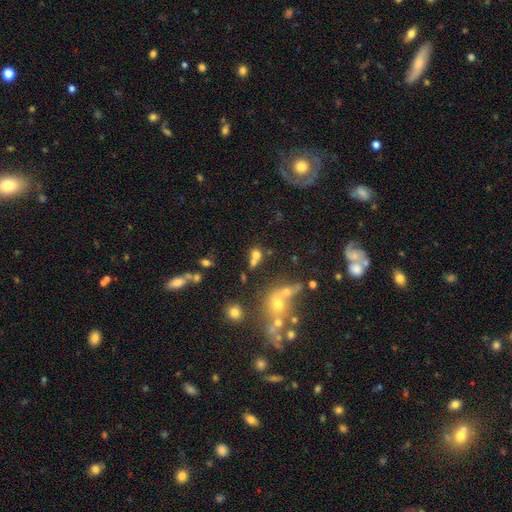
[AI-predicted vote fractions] The model was most divided on "merging": merger: 47%, none: 38%, minor disturbance: 9%, major disturbance: 6%. More confident: smooth or featured — smooth (68%); how rounded — round (64%).